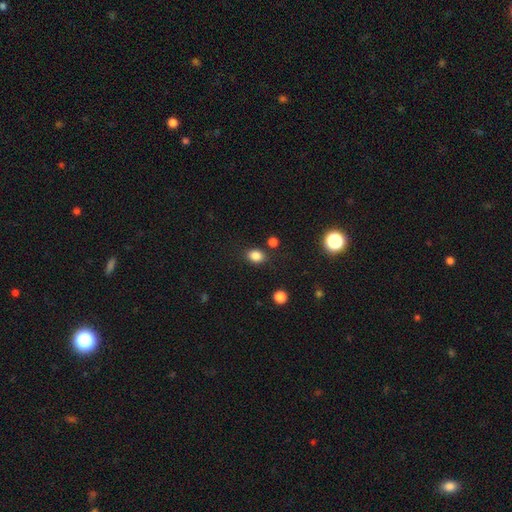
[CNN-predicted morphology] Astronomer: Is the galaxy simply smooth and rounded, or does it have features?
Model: smooth — 84%.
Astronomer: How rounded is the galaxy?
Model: in between — 60% (runner-up: round, 39%).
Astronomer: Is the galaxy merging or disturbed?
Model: none — 82%.